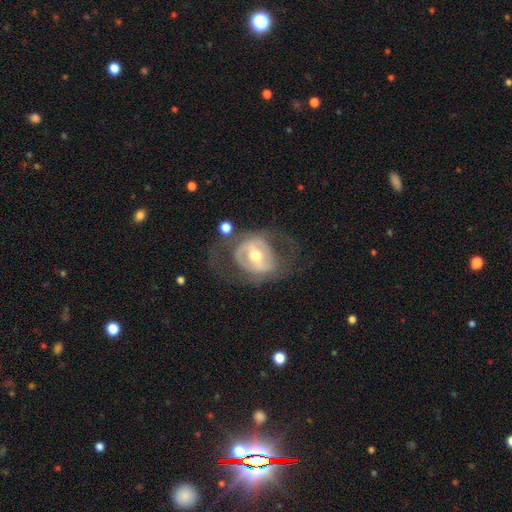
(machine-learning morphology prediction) Q: Smooth or featured?
A: featured or disk (76%); runner-up: smooth (18%)
Q: Edge-on disk?
A: no (95%); runner-up: yes (5%)
Q: Bar?
A: strong (38%); runner-up: weak (37%)
Q: Spiral arms?
A: yes (54%); runner-up: no (46%)
Q: Bulge size?
A: moderate (69%); runner-up: small (22%)
Q: Merging?
A: none (56%); runner-up: major disturbance (24%)